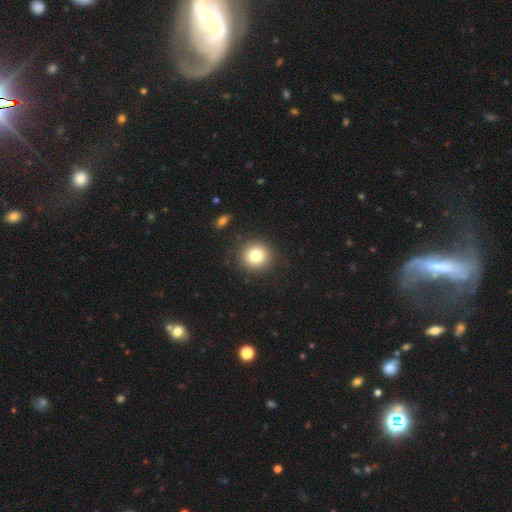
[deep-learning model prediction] smooth_or_featured: smooth (p=0.80) [alt: star or artifact p=0.11]
how_rounded: round (p=0.92) [alt: in between p=0.07]
merging: none (p=0.90) [alt: minor disturbance p=0.06]